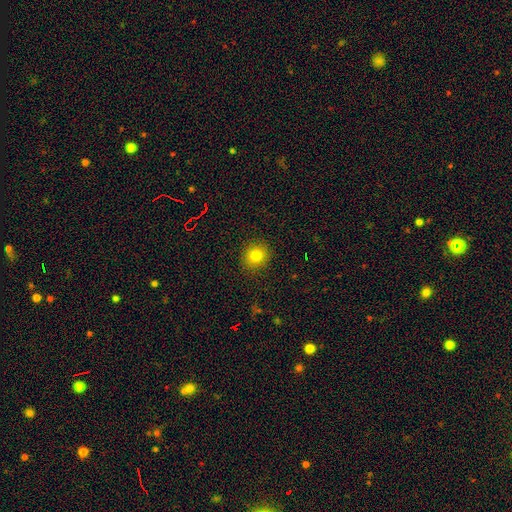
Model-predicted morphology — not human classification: smooth 80%, star or artifact 13%, featured or disk 8%. Down the decision tree: how rounded — round (86%); merging — none (90%).